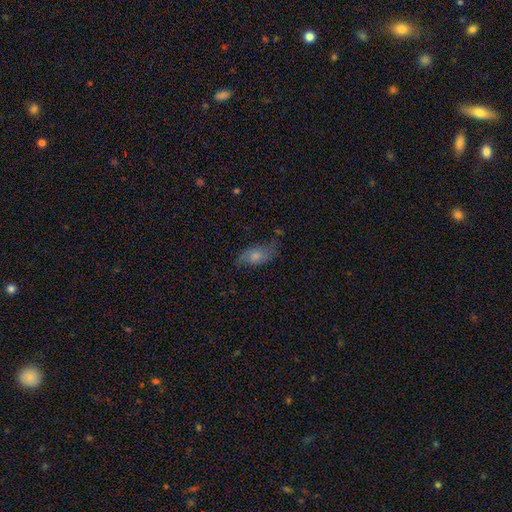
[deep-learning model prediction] This is likely a smooth galaxy (65%). How rounded: clearly in between (87%). Merging: possibly none (53%).